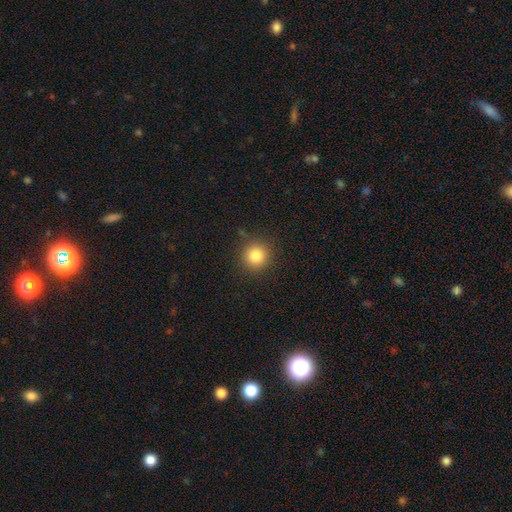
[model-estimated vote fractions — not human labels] smooth-or-featured: smooth: 82% | star or artifact: 12% | featured or disk: 6%
  how-rounded: round: 93% | in between: 6% | cigar-shaped: 1%
  merging: none: 88% | minor disturbance: 8% | major disturbance: 3% | merger: 2%